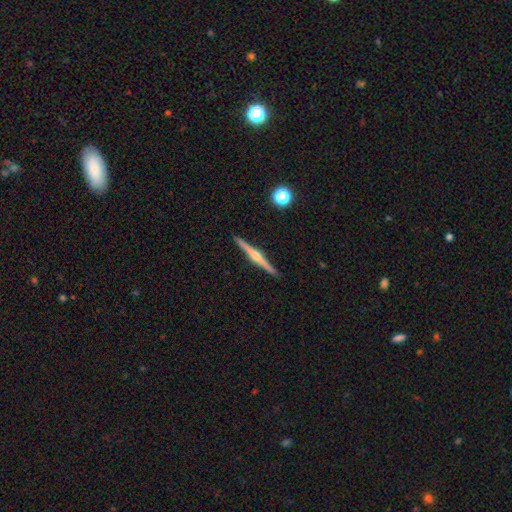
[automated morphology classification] smooth-or-featured: featured or disk: 78% | smooth: 17% | star or artifact: 6%
  disk-edge-on: yes: 99% | no: 1%
    edge-on-bulge: rounded: 82% | boxy: 11% | none: 7%
  merging: none: 92% | minor disturbance: 6% | major disturbance: 1% | merger: 1%